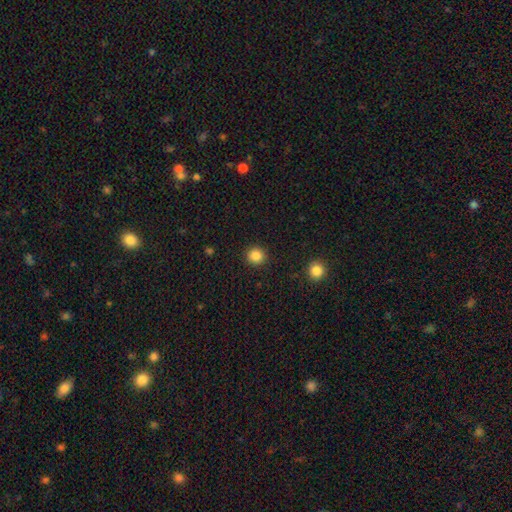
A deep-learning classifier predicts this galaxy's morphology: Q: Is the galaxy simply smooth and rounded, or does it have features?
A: smooth — 85%.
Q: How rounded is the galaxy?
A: round — 91%.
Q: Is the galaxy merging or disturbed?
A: none — 92%.